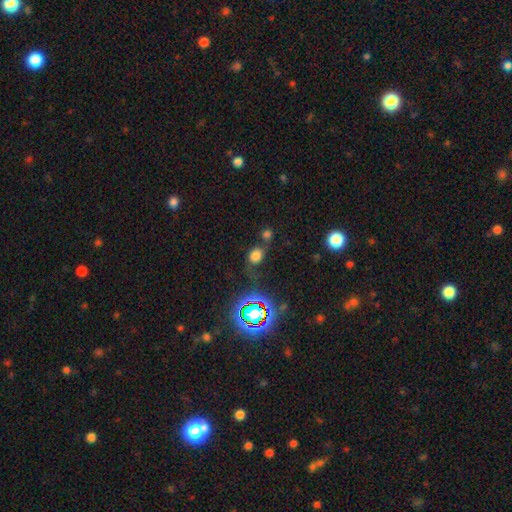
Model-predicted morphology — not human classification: smooth 66%, star or artifact 24%, featured or disk 10%. Down the decision tree: how rounded — round (50%); merging — none (52%).